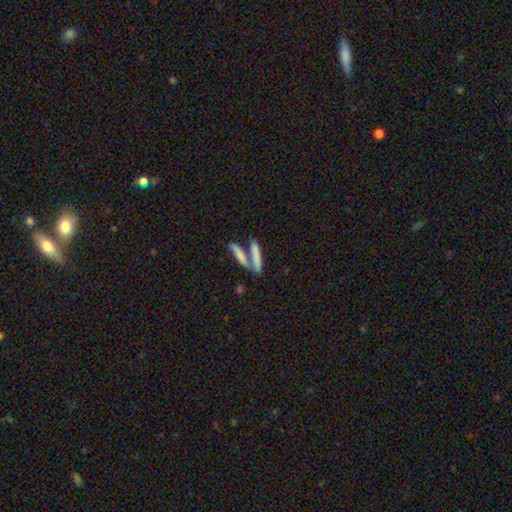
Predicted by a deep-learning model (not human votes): Smooth or featured: smooth — 71% (featured or disk — 21%)
How rounded: cigar-shaped — 83% (in between — 14%)
Merging: none — 47% (merger — 40%)